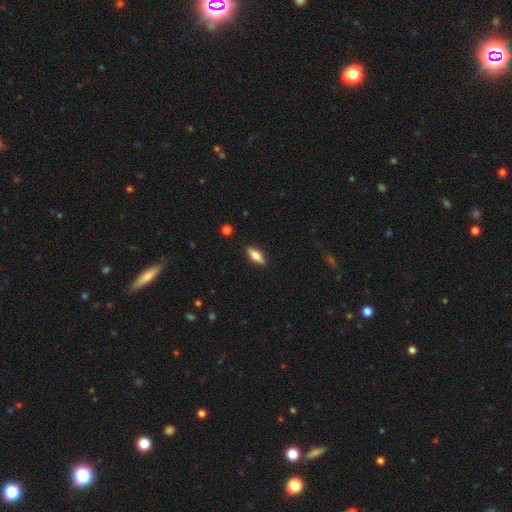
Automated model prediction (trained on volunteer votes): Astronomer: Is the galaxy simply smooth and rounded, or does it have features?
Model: smooth — 54% (runner-up: featured or disk, 39%).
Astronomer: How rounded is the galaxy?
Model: in between — 60% (runner-up: cigar-shaped, 37%).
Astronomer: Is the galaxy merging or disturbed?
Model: none — 88%.